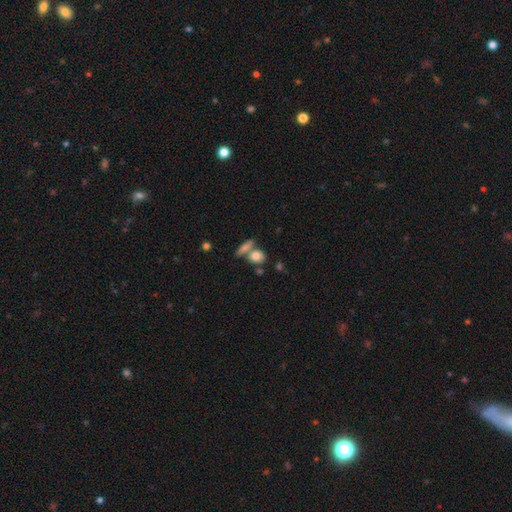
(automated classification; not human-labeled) smooth_or_featured: smooth (p=0.78) [alt: featured or disk p=0.14]
how_rounded: in between (p=0.48) [alt: round p=0.44]
merging: none (p=0.51) [alt: merger p=0.35]